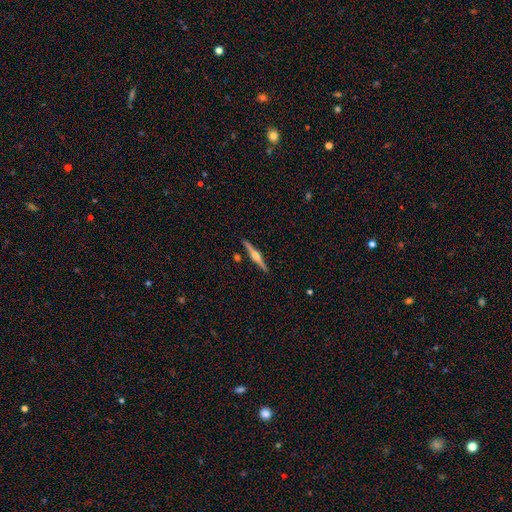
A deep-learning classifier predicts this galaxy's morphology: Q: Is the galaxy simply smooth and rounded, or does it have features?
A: featured or disk — 79%.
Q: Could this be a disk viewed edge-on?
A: yes — 98%.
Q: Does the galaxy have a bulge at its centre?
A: rounded — 91%.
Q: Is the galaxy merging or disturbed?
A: none — 90%.